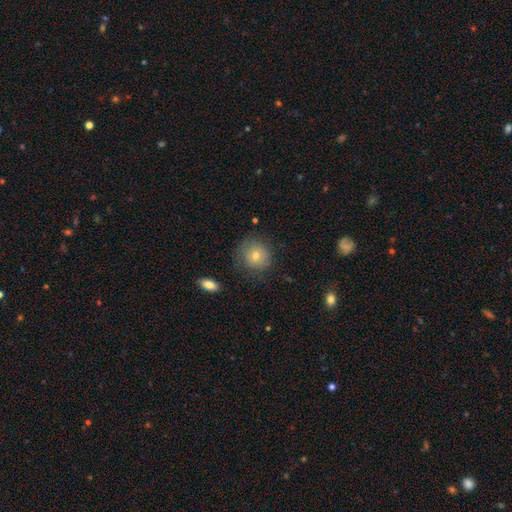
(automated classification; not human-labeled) Q: Smooth or featured?
A: smooth (73%); runner-up: featured or disk (17%)
Q: How rounded?
A: round (86%); runner-up: in between (13%)
Q: Merging?
A: none (74%); runner-up: minor disturbance (17%)